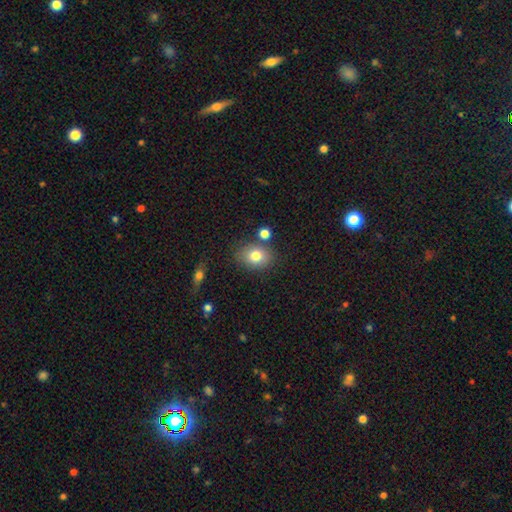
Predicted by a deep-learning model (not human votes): Q: Smooth or featured?
A: smooth (79%); runner-up: featured or disk (11%)
Q: How rounded?
A: in between (58%); runner-up: round (41%)
Q: Merging?
A: none (76%); runner-up: minor disturbance (12%)